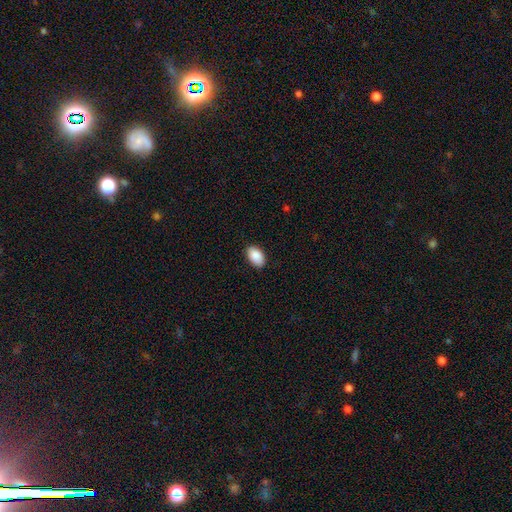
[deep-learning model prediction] The model was most divided on "merging": none: 88%, minor disturbance: 10%, major disturbance: 2%, merger: 1%. More confident: how rounded — in between (93%); smooth or featured — smooth (90%).